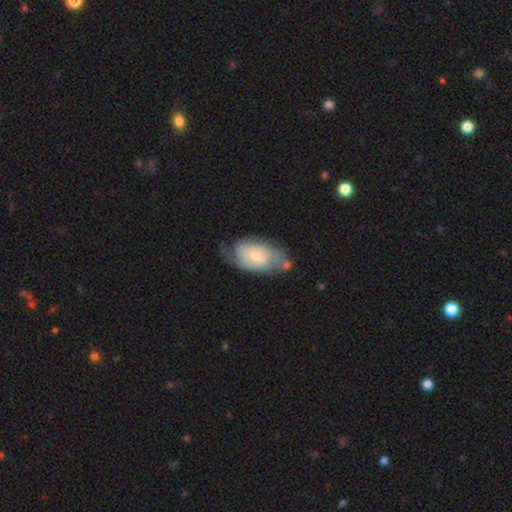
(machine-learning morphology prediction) A featured or disk galaxy (62%) with no bar (63%), spiral arms (86%) and a small central bulge (53%).

Vote fractions:
- Smooth or featured? featured or disk: 62% / smooth: 33% / star or artifact: 6%
- Edge-on disk? no: 95% / yes: 5%
- Bar? no: 63% / weak: 32% / strong: 5%
- Spiral arms? yes: 86% / no: 14%
- Bulge size? small: 53% / moderate: 39% / large: 4% / none: 3% / dominant: 1%
- Merging? none: 52% / minor disturbance: 27% / major disturbance: 15% / merger: 6%